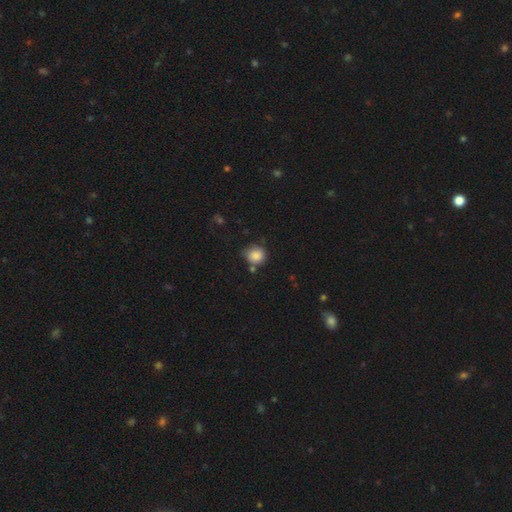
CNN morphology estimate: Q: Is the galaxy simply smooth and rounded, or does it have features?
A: smooth — 85%.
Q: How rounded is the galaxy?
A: round — 84%.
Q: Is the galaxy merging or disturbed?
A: none — 68%.